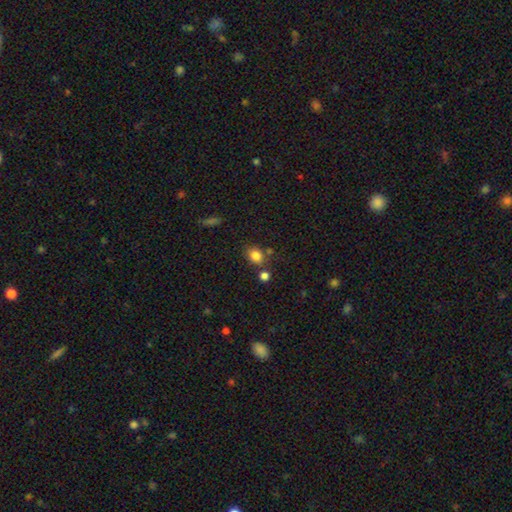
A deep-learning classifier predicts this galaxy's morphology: This appears to be a smooth galaxy with no disk features (83%) that is round (56%). Merging: none (69%).